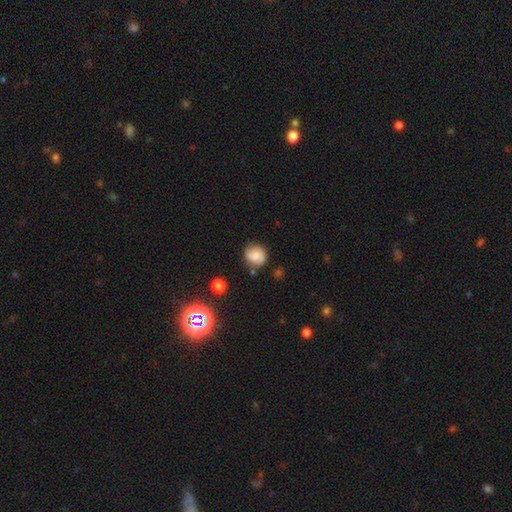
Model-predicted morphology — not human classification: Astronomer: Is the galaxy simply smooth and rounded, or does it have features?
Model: smooth — 69%.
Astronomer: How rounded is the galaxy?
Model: round — 79%.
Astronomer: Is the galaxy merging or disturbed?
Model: none — 71%.